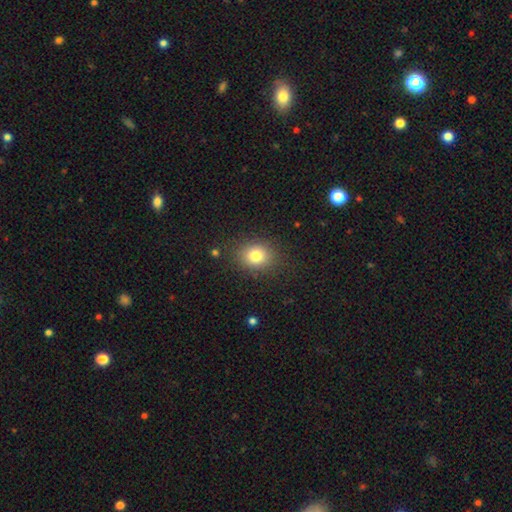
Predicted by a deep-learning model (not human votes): smooth_or_featured: smooth (p=0.79) [alt: star or artifact p=0.12]
how_rounded: round (p=0.61) [alt: in between p=0.38]
merging: none (p=0.86) [alt: minor disturbance p=0.09]